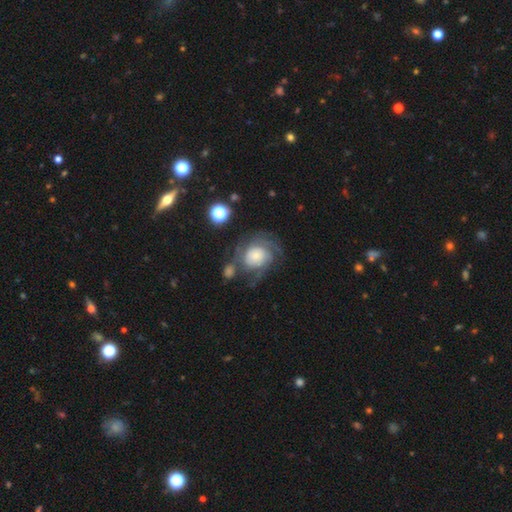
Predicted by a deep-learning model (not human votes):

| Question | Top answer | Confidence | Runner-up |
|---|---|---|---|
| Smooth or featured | featured or disk | 65% | smooth (26%) |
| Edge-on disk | no | 97% | yes (3%) |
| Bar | no | 80% | weak (16%) |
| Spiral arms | yes | 87% | no (13%) |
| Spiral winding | tight | 47% | medium (35%) |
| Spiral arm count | can't tell | 38% | 3 (20%) |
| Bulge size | small | 45% | moderate (24%) |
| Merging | none | 47% | major disturbance (24%) |